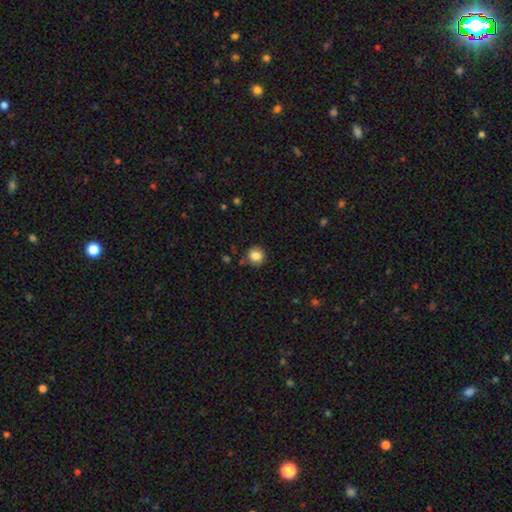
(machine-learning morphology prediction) A smooth galaxy with no disk features (84%) that is round (89%).

Vote fractions:
- Smooth or featured? smooth: 84% / star or artifact: 10% / featured or disk: 6%
- How rounded? round: 89% / in between: 10% / cigar-shaped: 1%
- Merging? none: 86% / minor disturbance: 9% / major disturbance: 2% / merger: 2%